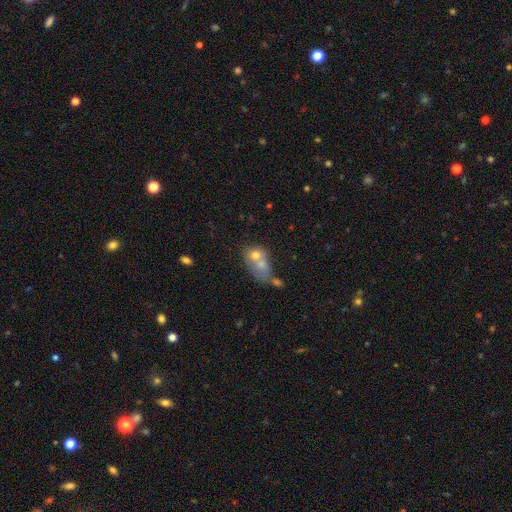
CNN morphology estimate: smooth 65%, featured or disk 25%, star or artifact 10%. Down the decision tree: how rounded — in between (53%); merging — merger (67%).